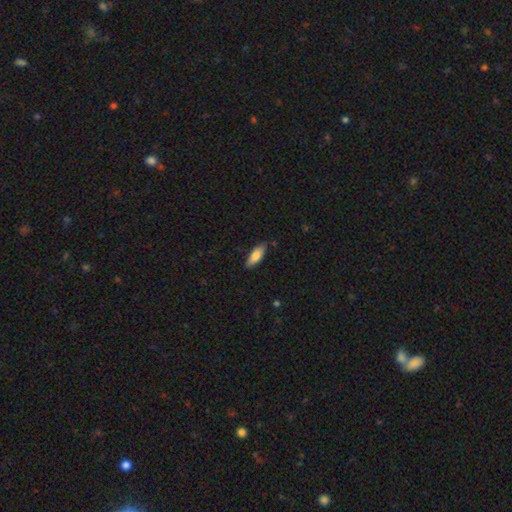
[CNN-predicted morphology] Q: Smooth or featured?
A: smooth (79%); runner-up: featured or disk (15%)
Q: How rounded?
A: in between (66%); runner-up: cigar-shaped (33%)
Q: Merging?
A: none (82%); runner-up: minor disturbance (14%)